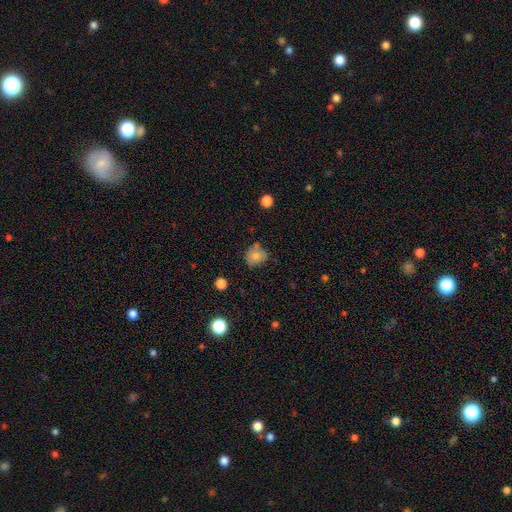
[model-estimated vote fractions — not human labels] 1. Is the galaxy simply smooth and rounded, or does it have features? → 74% smooth, 15% featured or disk, 10% star or artifact.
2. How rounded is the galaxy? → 73% round, 26% in between, 1% cigar-shaped.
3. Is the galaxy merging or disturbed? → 59% none, 27% minor disturbance, 8% merger, 6% major disturbance.